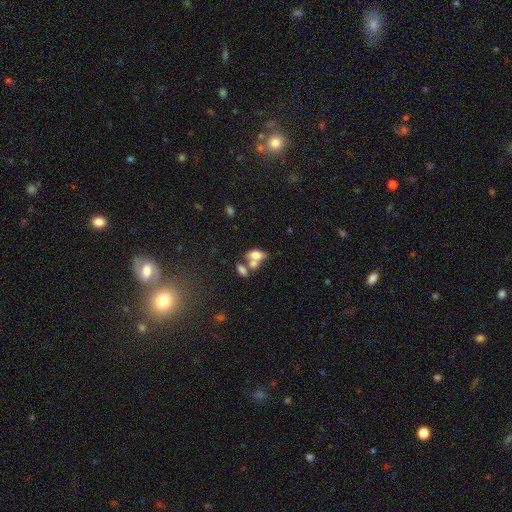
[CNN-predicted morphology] Overall: smooth (66%). How rounded: in between (84%). Merging: merger (54%; none 31%).